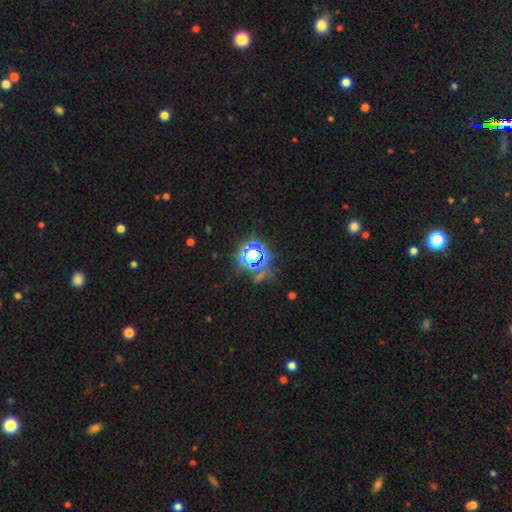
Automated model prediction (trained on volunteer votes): A star or artifact, not a galaxy (76%).

Vote fractions:
- Smooth or featured? star or artifact: 76% / smooth: 17% / featured or disk: 7%